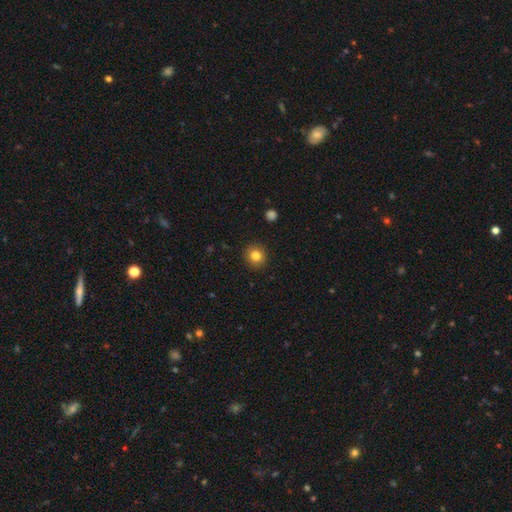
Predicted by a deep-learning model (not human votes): smooth 82%, star or artifact 11%, featured or disk 7%. Down the decision tree: how rounded — round (92%); merging — none (92%).